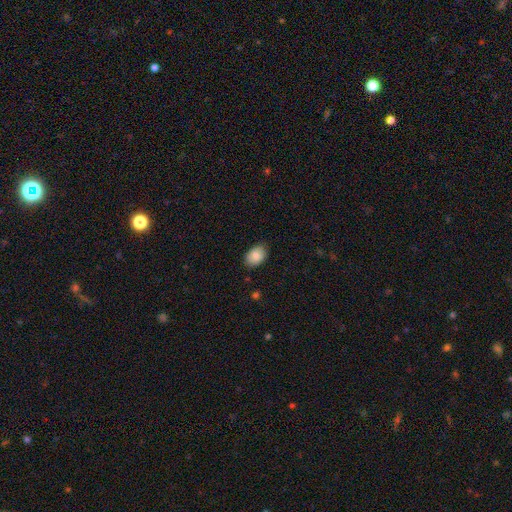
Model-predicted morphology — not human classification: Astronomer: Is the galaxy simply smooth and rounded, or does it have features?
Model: smooth — 86%.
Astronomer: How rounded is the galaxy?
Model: in between — 84%.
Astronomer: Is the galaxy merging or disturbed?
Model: none — 85%.